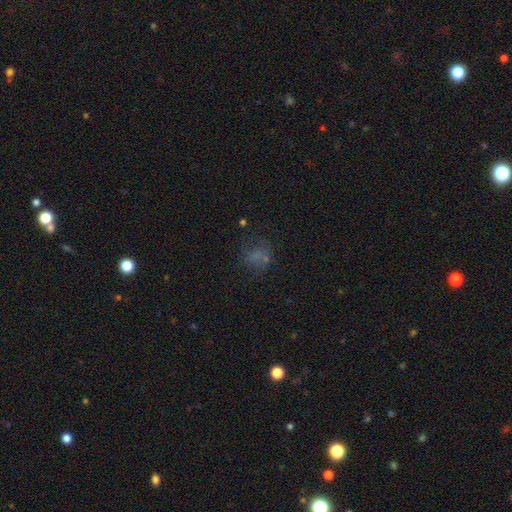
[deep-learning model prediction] Overall: smooth (52%; star or artifact 27%). How rounded: round (62%; in between 36%). Merging: none (55%; minor disturbance 19%).